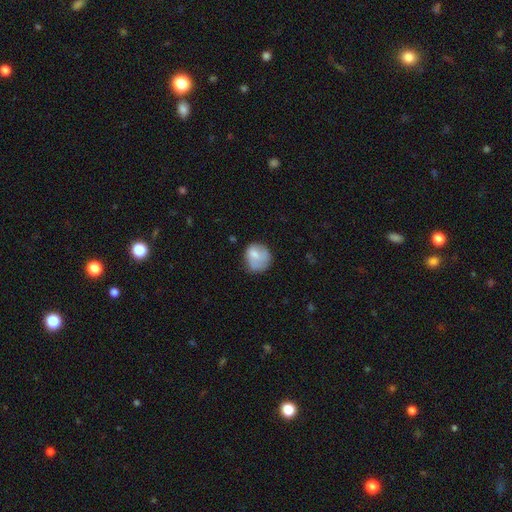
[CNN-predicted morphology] A smooth galaxy with no disk features (71%) that is round (75%).

Vote fractions:
- Smooth or featured? smooth: 71% / featured or disk: 21% / star or artifact: 7%
- How rounded? round: 75% / in between: 24% / cigar-shaped: 1%
- Merging? none: 53% / minor disturbance: 30% / major disturbance: 14% / merger: 3%